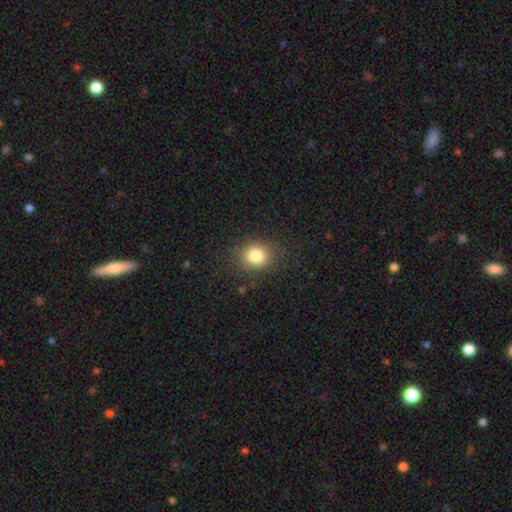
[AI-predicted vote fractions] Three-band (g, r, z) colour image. It shows a smooth galaxy with no disk features (82%) that is round (69%). Merging: none (86%).